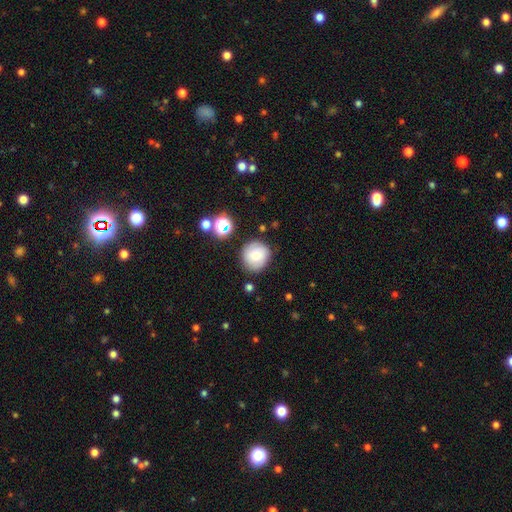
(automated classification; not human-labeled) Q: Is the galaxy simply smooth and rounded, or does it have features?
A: smooth — 71%.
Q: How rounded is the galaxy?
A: round — 91%.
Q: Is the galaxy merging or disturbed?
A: none — 81%.